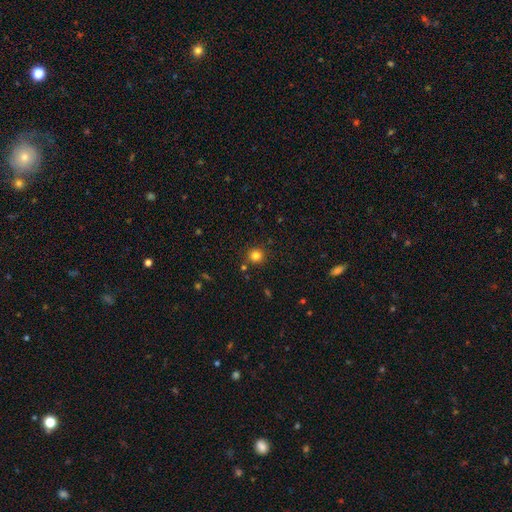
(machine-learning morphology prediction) type=smooth (81%); roundness=round (92%); merging=none (86%).